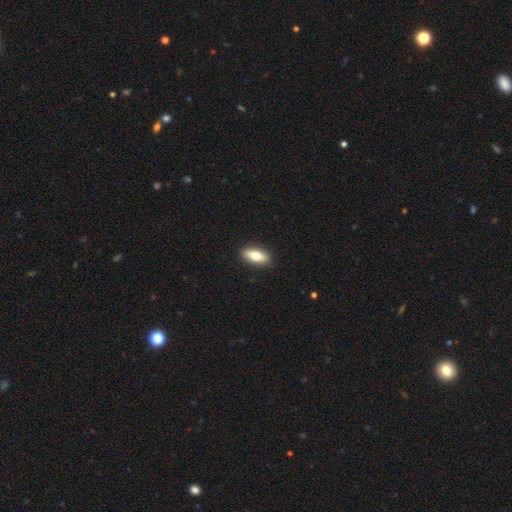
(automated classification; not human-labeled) Smooth or featured: smooth — 76% (featured or disk — 18%)
How rounded: in between — 83% (cigar-shaped — 14%)
Merging: none — 90% (minor disturbance — 7%)